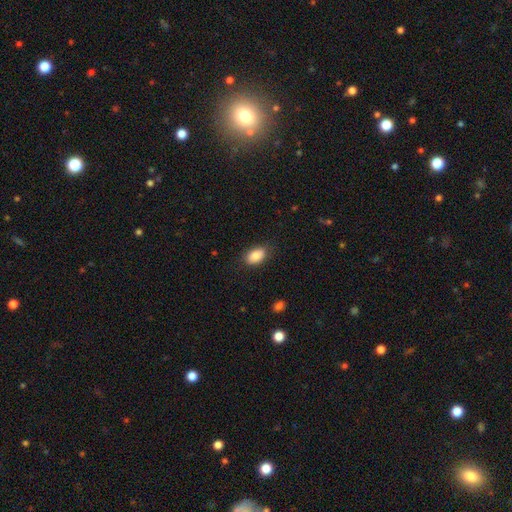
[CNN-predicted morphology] type=smooth (86%); roundness=in between (90%); merging=none (83%).